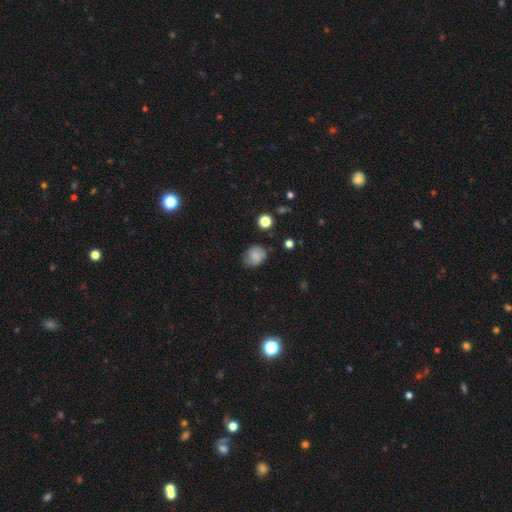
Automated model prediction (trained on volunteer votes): This appears to be a smooth galaxy with no disk features (81%) that is round (61%). Merging: none (72%).